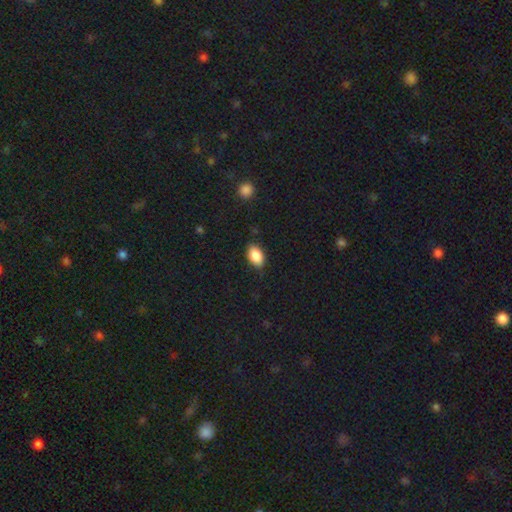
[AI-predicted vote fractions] Overall: smooth (88%). How rounded: in between (92%). Merging: none (83%).